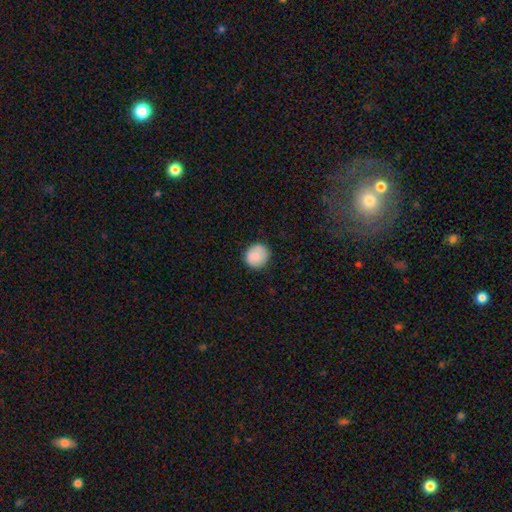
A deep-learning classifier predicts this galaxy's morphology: This is clearly a smooth galaxy (86%). How rounded: clearly round (88%). Merging: clearly none (84%).